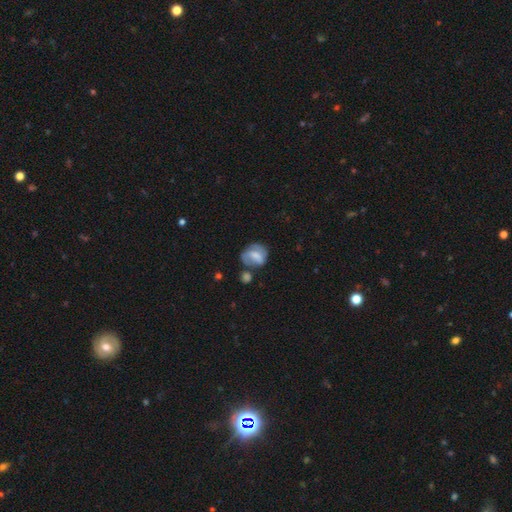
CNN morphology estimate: type=smooth (48%); merging=none (42%).